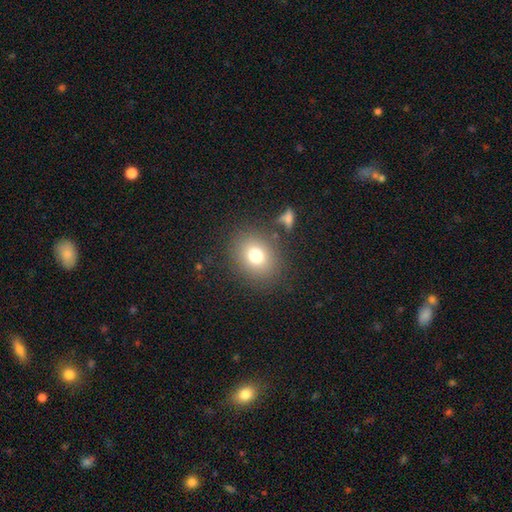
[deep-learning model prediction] Smooth or featured? Predicted: smooth (p=0.75). How rounded? Predicted: round (p=0.64). Merging? Predicted: none (p=0.82).